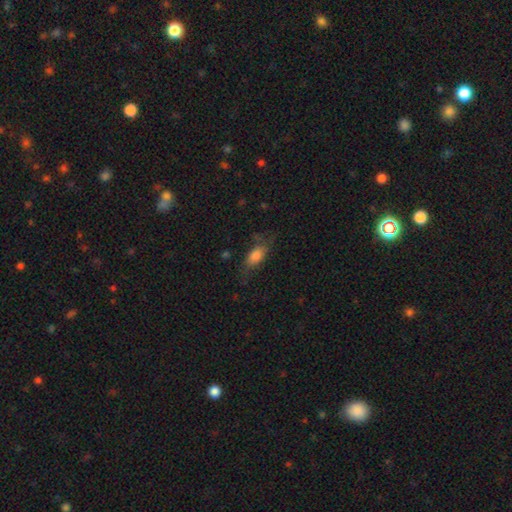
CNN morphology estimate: This appears to be a smooth galaxy with no disk features (74%) that is in between round and cigar-shaped (83%). Merging: none (54%).